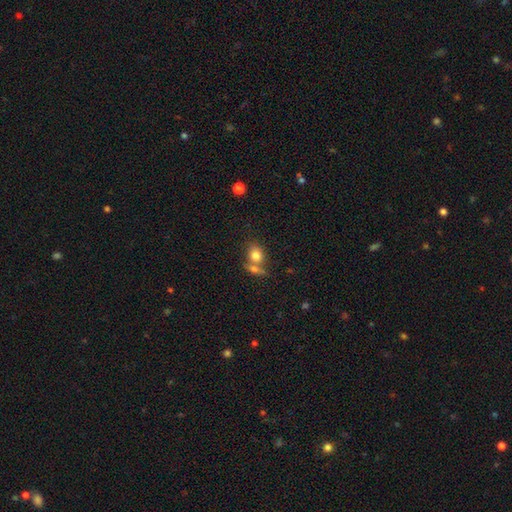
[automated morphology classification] Overall: smooth (80%). How rounded: round (58%; in between 40%). Merging: merger (45%; none 41%).